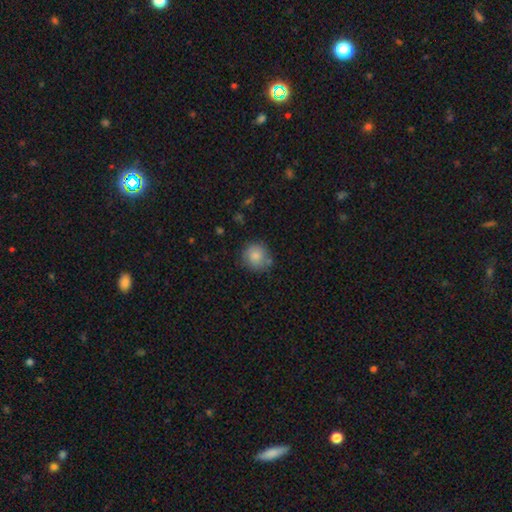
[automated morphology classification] smooth-or-featured: smooth: 84% | star or artifact: 8% | featured or disk: 8%
  how-rounded: round: 92% | in between: 7% | cigar-shaped: 1%
  merging: none: 76% | minor disturbance: 15% | merger: 6% | major disturbance: 4%